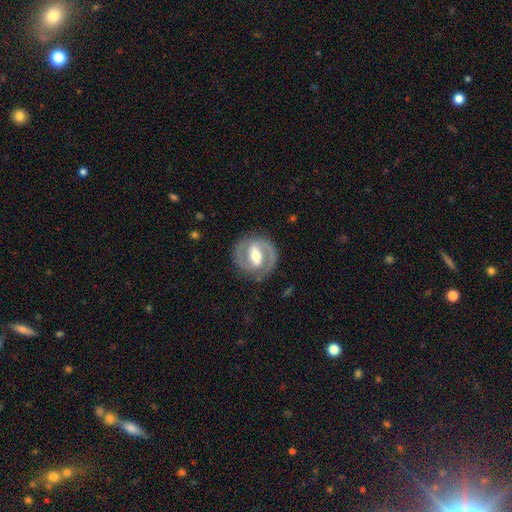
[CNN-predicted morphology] This is clearly a featured or disk galaxy (84%). It is clearly not viewed edge-on (97%). Bar: possibly strong (51%). Spiral arm pattern: clearly yes (88%). Spiral arm count: clearly 2 (88%). Spiral winding: possibly medium (45%, tied with tight). Central bulge: likely moderate (69%). Merging: clearly none (84%).